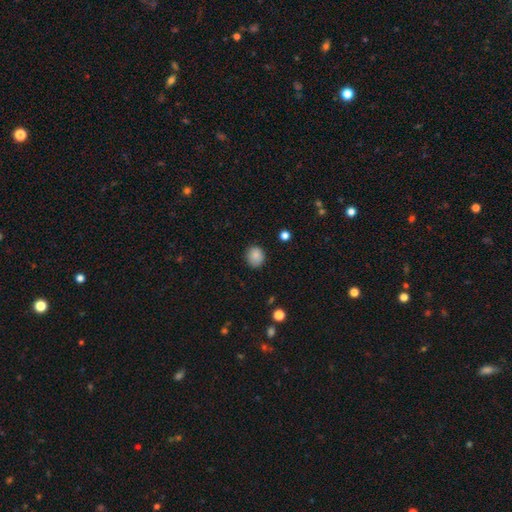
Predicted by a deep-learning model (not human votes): Smooth or featured? smooth (86%)
How rounded? round (71%)
Merging? none (84%)